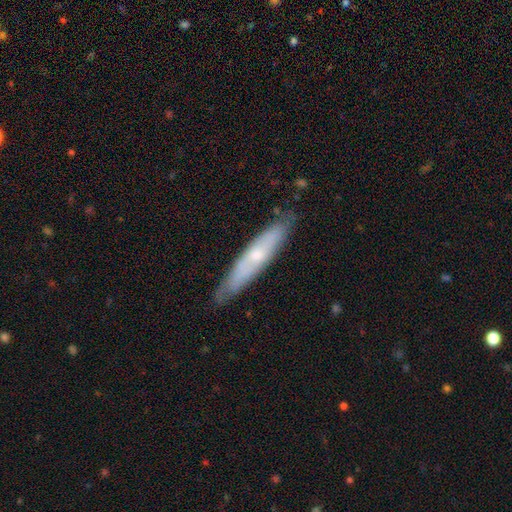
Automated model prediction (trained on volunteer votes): featured or disk 52%, smooth 42%, star or artifact 6%. Down the decision tree: edge-on disk — yes (63%); merging — none (78%).